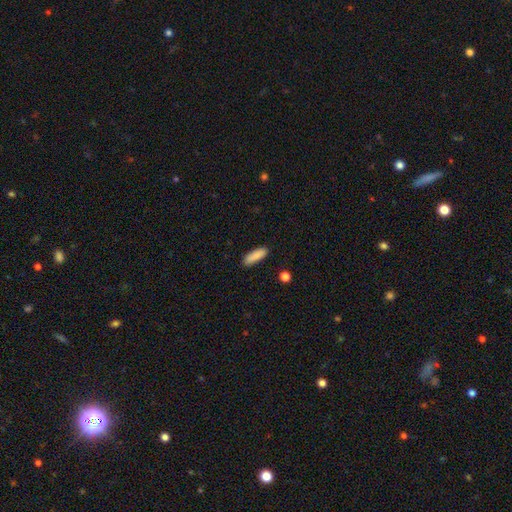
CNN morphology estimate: Smooth or featured: smooth — 88% (star or artifact — 7%)
How rounded: in between — 53% (cigar-shaped — 46%)
Merging: none — 87% (minor disturbance — 10%)